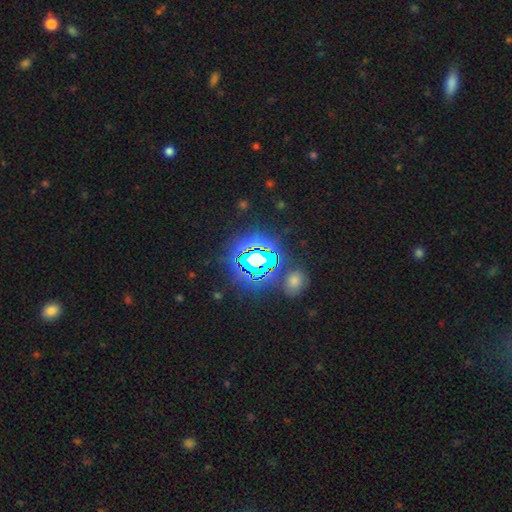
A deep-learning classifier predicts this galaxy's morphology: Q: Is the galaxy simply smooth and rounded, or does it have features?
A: star or artifact — 75%.